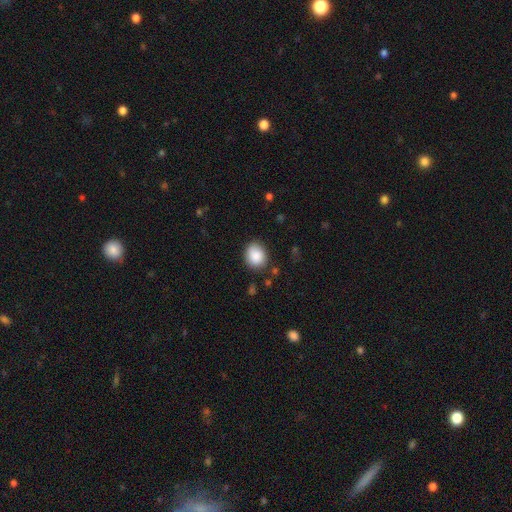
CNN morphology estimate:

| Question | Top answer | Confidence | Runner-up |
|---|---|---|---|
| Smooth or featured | smooth | 87% | star or artifact (8%) |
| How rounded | round | 59% | in between (40%) |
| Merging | none | 79% | minor disturbance (15%) |